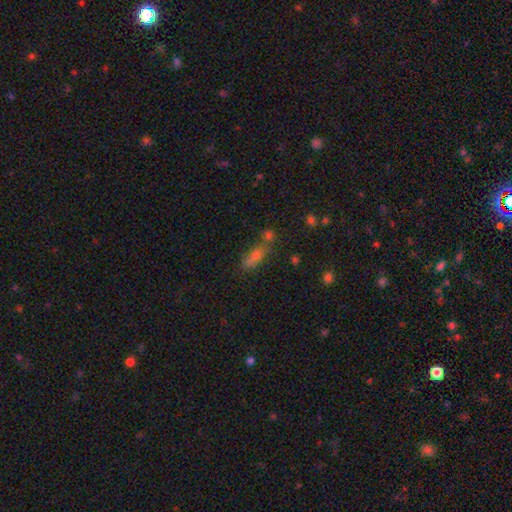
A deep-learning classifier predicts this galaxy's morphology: smooth_or_featured: smooth (p=0.59) [alt: star or artifact p=0.23]
how_rounded: in between (p=0.52) [alt: cigar-shaped p=0.40]
merging: none (p=0.53) [alt: merger p=0.24]